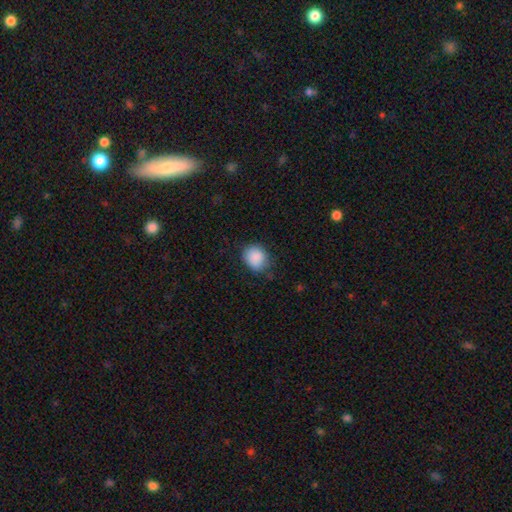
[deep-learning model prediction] smooth 88%, star or artifact 8%, featured or disk 4%. Down the decision tree: how rounded — round (65%); merging — none (76%).